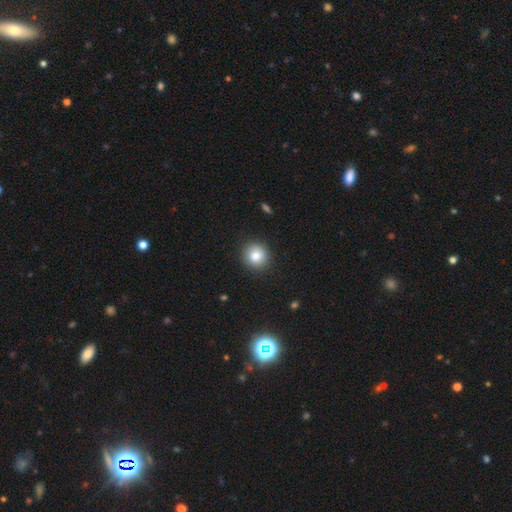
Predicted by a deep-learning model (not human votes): A smooth galaxy with no disk features (84%) that is round (90%).

Vote fractions:
- Smooth or featured? smooth: 84% / star or artifact: 9% / featured or disk: 7%
- How rounded? round: 90% / in between: 9% / cigar-shaped: 1%
- Merging? none: 91% / minor disturbance: 6% / major disturbance: 2% / merger: 1%